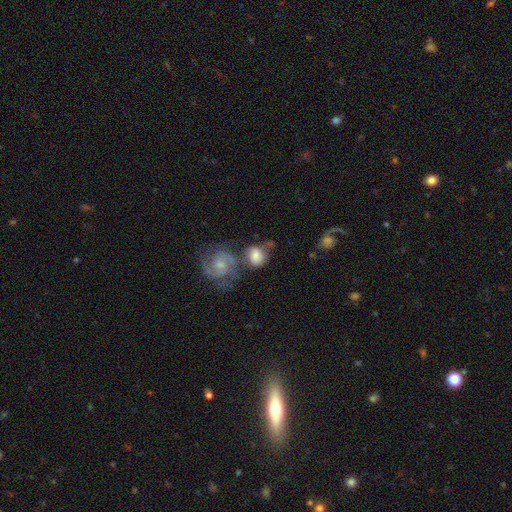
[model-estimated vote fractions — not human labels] Smooth or featured?
  - smooth: 58% *
  - featured or disk: 35%
  - star or artifact: 8%
How rounded?
  - round: 61% *
  - in between: 38%
  - cigar-shaped: 2%
Merging?
  - none: 41% *
  - merger: 33%
  - minor disturbance: 17%
  - major disturbance: 9%